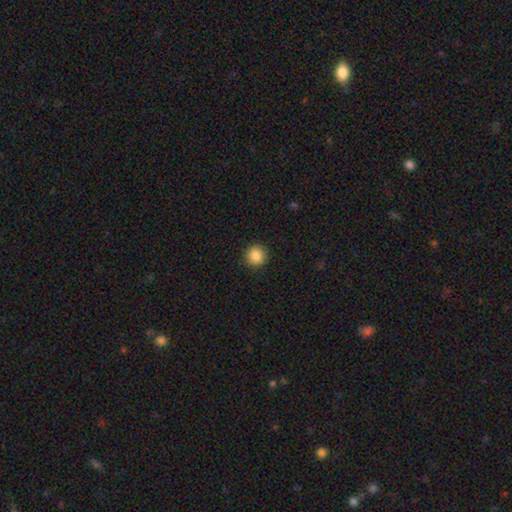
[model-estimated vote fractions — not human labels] A smooth galaxy with no disk features (87%) that is round (93%). Merging: none (92%).